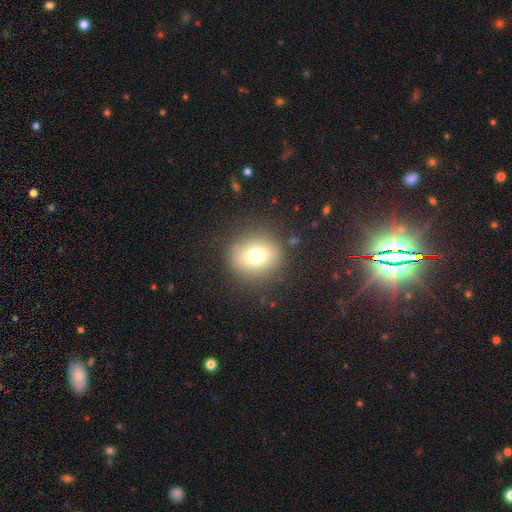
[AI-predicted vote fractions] smooth_or_featured: smooth (p=0.73) [alt: featured or disk p=0.14]
how_rounded: round (p=0.82) [alt: in between p=0.17]
merging: none (p=0.86) [alt: minor disturbance p=0.09]